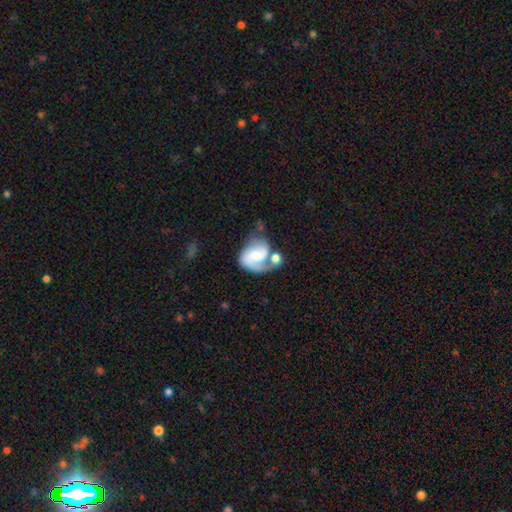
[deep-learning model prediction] Smooth or featured?
  - featured or disk: 71% *
  - smooth: 22%
  - star or artifact: 6%
Edge-on disk?
  - no: 98% *
  - yes: 2%
Bar?
  - no: 49% *
  - weak: 40%
  - strong: 11%
Spiral arms?
  - yes: 90% *
  - no: 10%
Spiral winding?
  - medium: 46% *
  - loose: 29%
  - tight: 24%
Spiral arm count?
  - 2: 67% *
  - 1: 22%
  - can't tell: 7%
  - 3: 2%
  - 4: 1%
  - more than 4: 1%
Bulge size?
  - small: 35% *
  - moderate: 34%
  - none: 18%
  - large: 11%
  - dominant: 3%
Merging?
  - merger: 32% *
  - none: 31%
  - minor disturbance: 19%
  - major disturbance: 18%